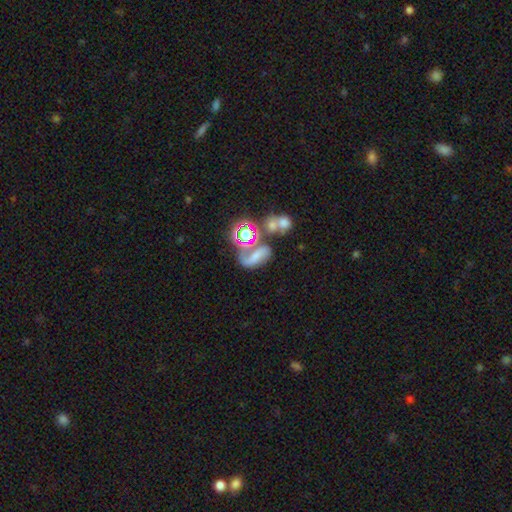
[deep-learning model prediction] Smooth or featured?
  - featured or disk: 37% *
  - smooth: 36%
  - star or artifact: 26%
Merging?
  - merger: 39% *
  - none: 28%
  - major disturbance: 18%
  - minor disturbance: 15%